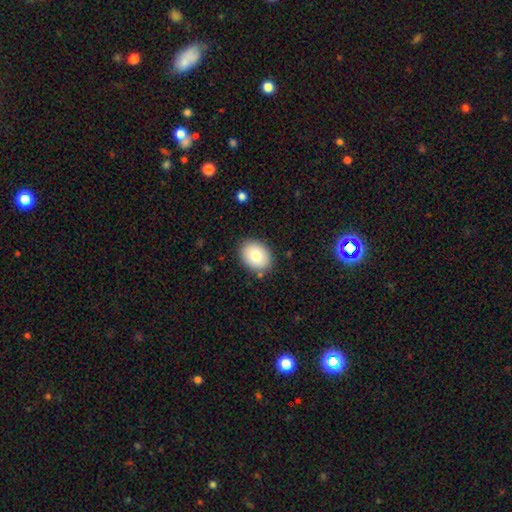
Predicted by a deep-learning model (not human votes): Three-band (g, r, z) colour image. It shows a smooth galaxy with no disk features (80%) that is in between round and cigar-shaped (62%). Merging: none (86%).